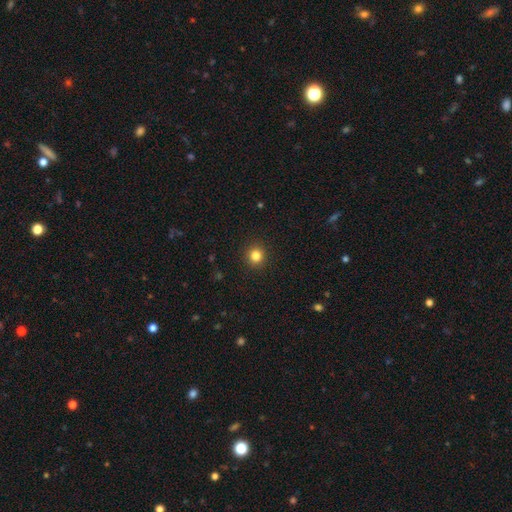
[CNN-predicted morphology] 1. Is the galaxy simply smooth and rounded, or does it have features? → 82% smooth, 13% star or artifact, 5% featured or disk.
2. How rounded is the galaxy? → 93% round, 6% in between, 1% cigar-shaped.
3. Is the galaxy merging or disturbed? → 92% none, 5% minor disturbance, 2% major disturbance, 1% merger.